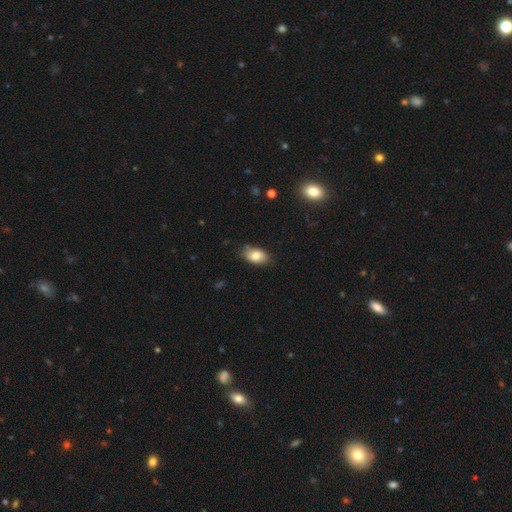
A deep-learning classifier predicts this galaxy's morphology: Smooth or featured? Predicted: smooth (p=0.81). How rounded? Predicted: in between (p=0.92). Merging? Predicted: none (p=0.82).